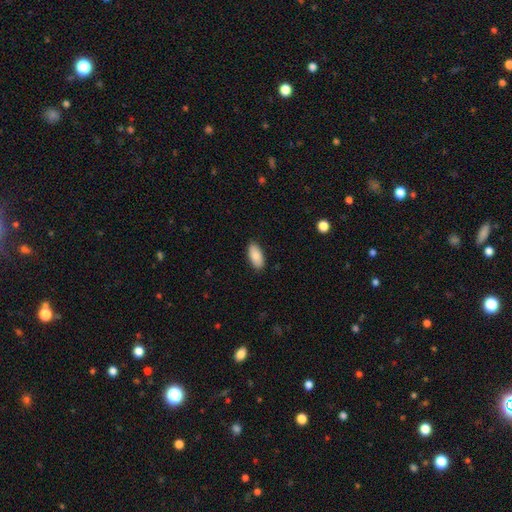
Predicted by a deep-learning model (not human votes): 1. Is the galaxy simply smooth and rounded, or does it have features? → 86% smooth, 8% featured or disk, 6% star or artifact.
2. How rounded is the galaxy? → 92% in between, 6% cigar-shaped, 2% round.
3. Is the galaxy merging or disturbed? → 89% none, 8% minor disturbance, 2% major disturbance, 1% merger.